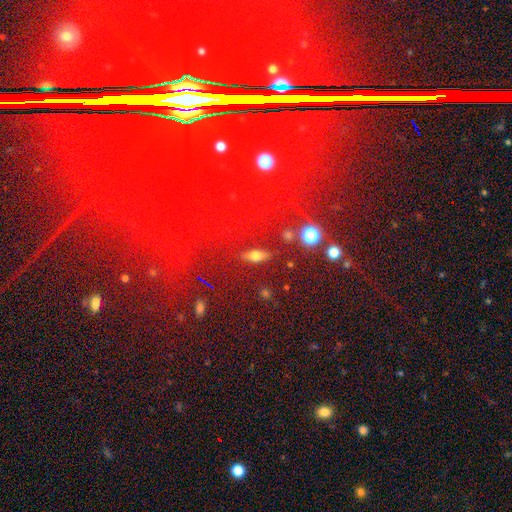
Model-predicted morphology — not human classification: This appears to be a smooth galaxy with no disk features (59%) that is in between round and cigar-shaped (61%). Merging: none (87%).